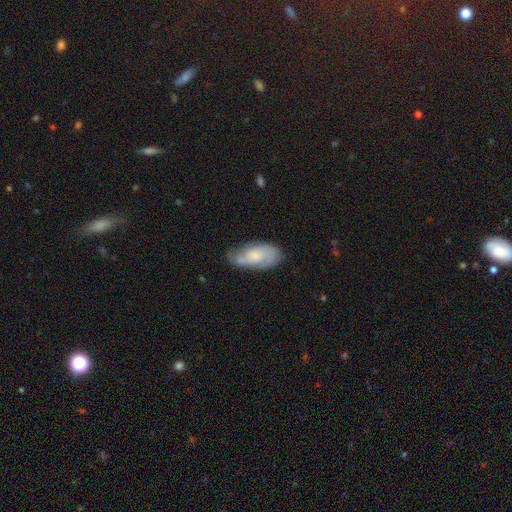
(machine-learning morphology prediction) Smooth or featured? featured or disk (52%)
Edge-on disk? no (92%)
Merging? none (63%)